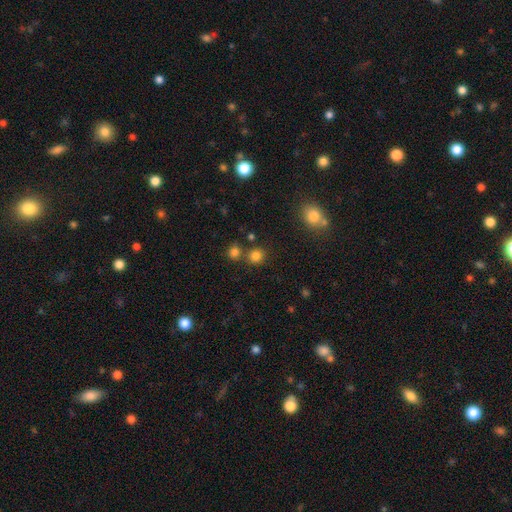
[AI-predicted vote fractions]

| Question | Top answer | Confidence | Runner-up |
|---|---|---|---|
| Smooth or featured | smooth | 80% | star or artifact (15%) |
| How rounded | round | 87% | in between (12%) |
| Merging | none | 74% | merger (16%) |